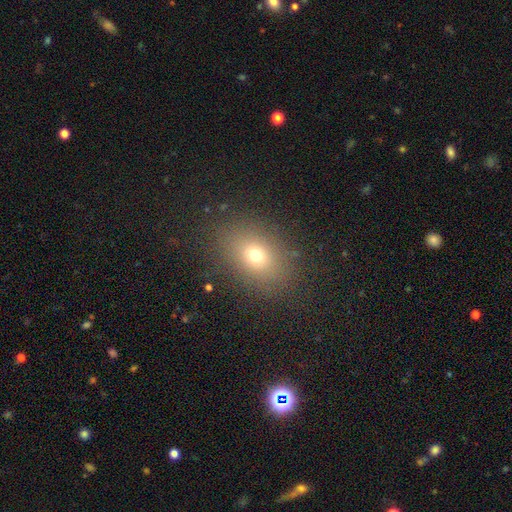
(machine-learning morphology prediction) Smooth or featured?
  - smooth: 70% *
  - star or artifact: 18%
  - featured or disk: 13%
How rounded?
  - in between: 66% *
  - round: 33%
  - cigar-shaped: 2%
Merging?
  - none: 84% *
  - minor disturbance: 9%
  - major disturbance: 5%
  - merger: 1%